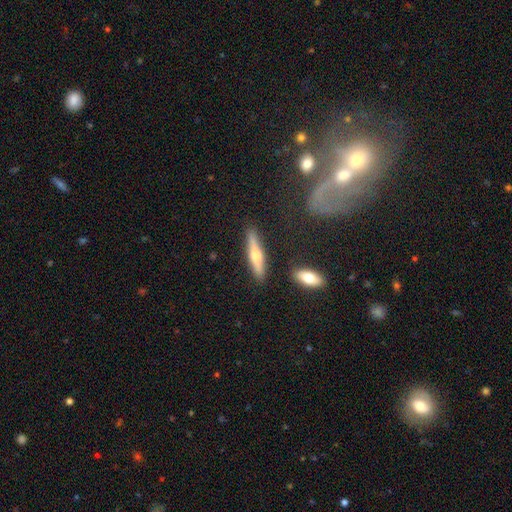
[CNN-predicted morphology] smooth-or-featured: featured or disk: 50% | smooth: 44% | star or artifact: 6%
  disk-edge-on: yes: 94% | no: 6%
  merging: none: 86% | minor disturbance: 9% | merger: 3% | major disturbance: 2%